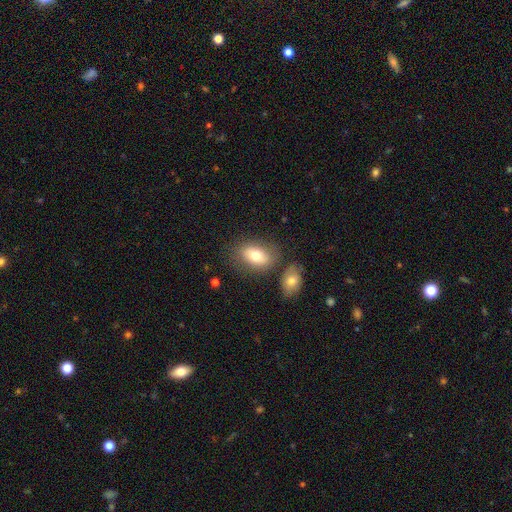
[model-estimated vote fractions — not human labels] smooth-or-featured: smooth: 75% | featured or disk: 17% | star or artifact: 8%
  how-rounded: in between: 84% | round: 14% | cigar-shaped: 2%
  merging: none: 66% | merger: 16% | minor disturbance: 14% | major disturbance: 5%